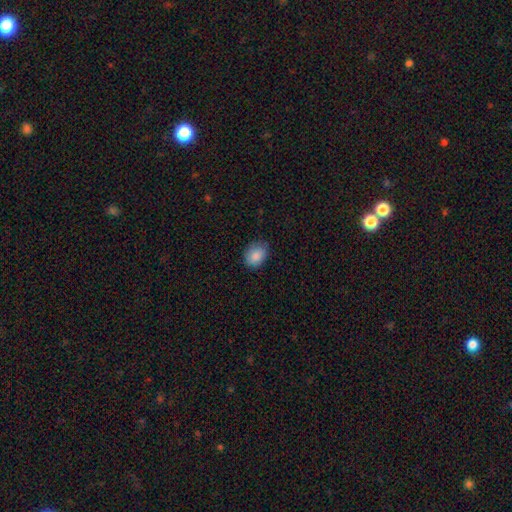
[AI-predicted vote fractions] This is clearly a smooth galaxy (88%). How rounded: likely in between (66%). Merging: likely none (79%).